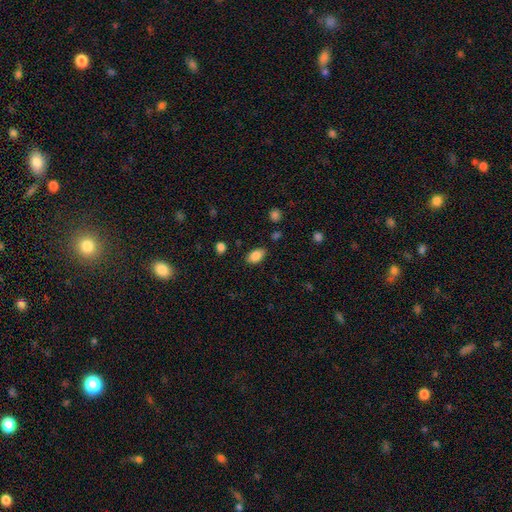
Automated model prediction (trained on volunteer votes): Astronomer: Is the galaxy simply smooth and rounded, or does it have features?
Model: smooth — 86%.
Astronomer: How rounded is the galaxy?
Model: in between — 91%.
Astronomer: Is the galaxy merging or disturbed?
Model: none — 81%.